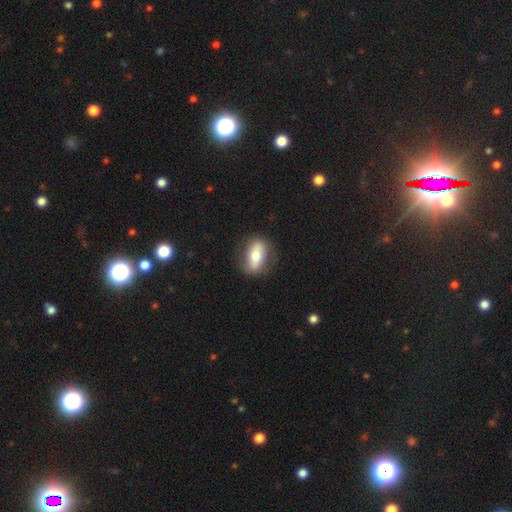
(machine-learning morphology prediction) This appears to be a smooth galaxy with no disk features (54%) that is in between round and cigar-shaped (76%). Merging: none (82%).